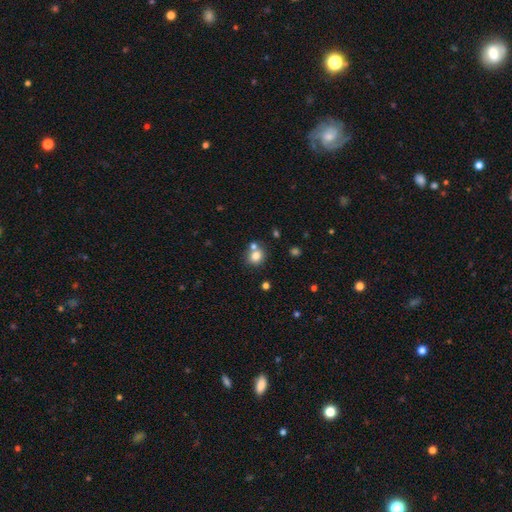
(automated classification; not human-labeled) A smooth galaxy with no disk features (79%) that is round (77%).

Vote fractions:
- Smooth or featured? smooth: 79% / star or artifact: 12% / featured or disk: 10%
- How rounded? round: 77% / in between: 22% / cigar-shaped: 1%
- Merging? none: 58% / merger: 28% / minor disturbance: 10% / major disturbance: 4%